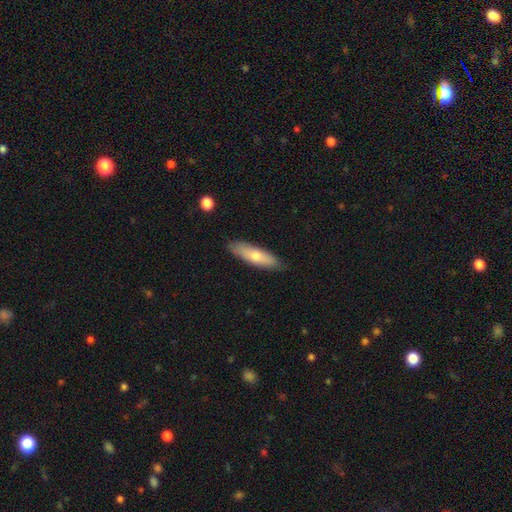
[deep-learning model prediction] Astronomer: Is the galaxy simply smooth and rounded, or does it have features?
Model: smooth — 61%.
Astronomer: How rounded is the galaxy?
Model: cigar-shaped — 66%.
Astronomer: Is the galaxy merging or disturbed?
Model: none — 88%.